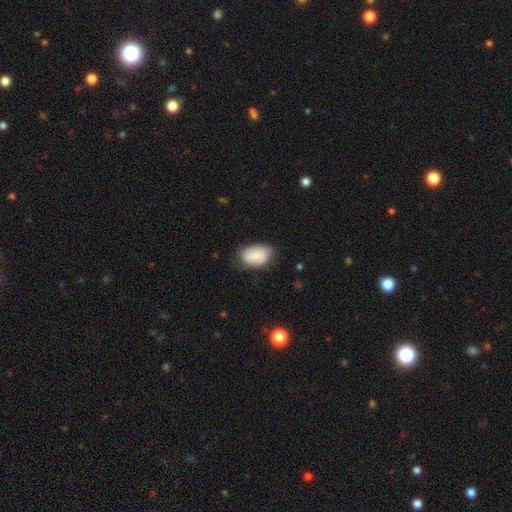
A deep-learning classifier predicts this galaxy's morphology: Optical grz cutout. It shows a smooth galaxy with no disk features (77%) that is in between round and cigar-shaped (88%). Merging: none (62%).